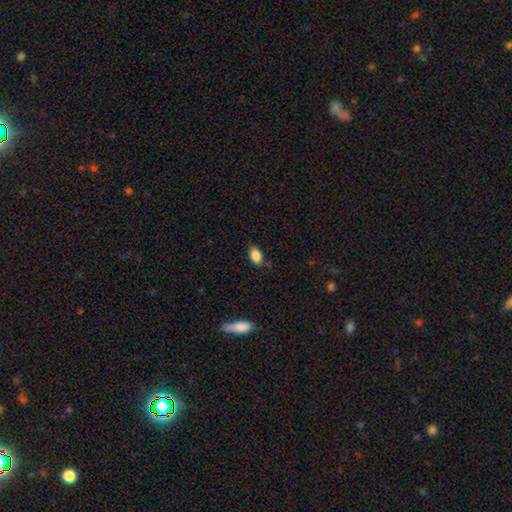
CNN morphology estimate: Q: Smooth or featured?
A: smooth (86%); runner-up: star or artifact (8%)
Q: How rounded?
A: in between (90%); runner-up: round (7%)
Q: Merging?
A: none (72%); runner-up: minor disturbance (21%)